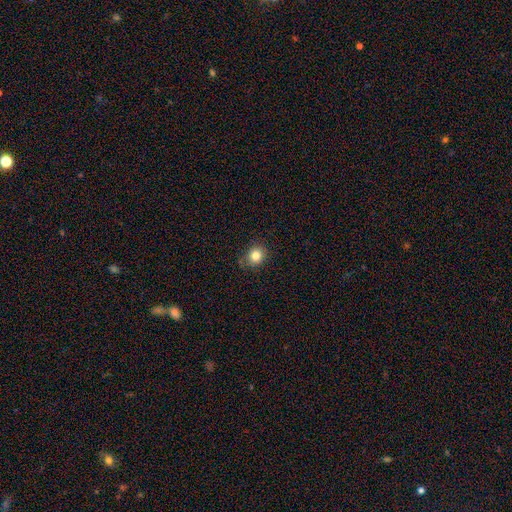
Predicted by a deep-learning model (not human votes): smooth 82%, star or artifact 12%, featured or disk 6%. Down the decision tree: how rounded — round (78%); merging — none (81%).